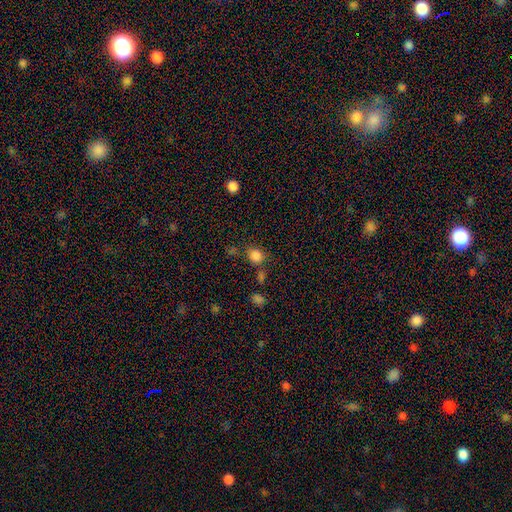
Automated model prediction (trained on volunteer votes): Smooth or featured?
  - smooth: 81% *
  - star or artifact: 15%
  - featured or disk: 5%
How rounded?
  - round: 72% *
  - in between: 27%
  - cigar-shaped: 1%
Merging?
  - none: 68% *
  - minor disturbance: 15%
  - merger: 11%
  - major disturbance: 6%